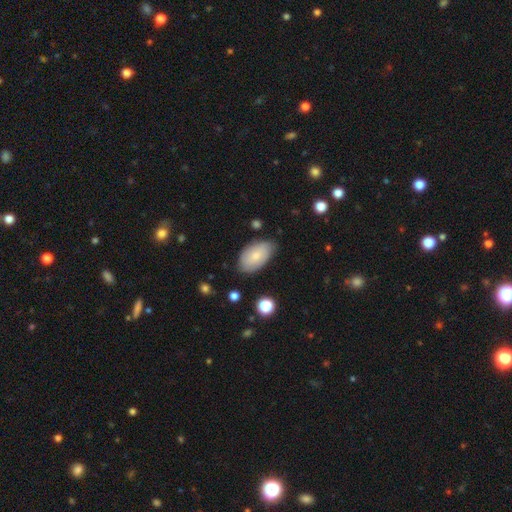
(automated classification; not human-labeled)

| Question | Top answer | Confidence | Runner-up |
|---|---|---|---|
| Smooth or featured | smooth | 77% | featured or disk (17%) |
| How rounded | in between | 94% | round (4%) |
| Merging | none | 75% | minor disturbance (19%) |